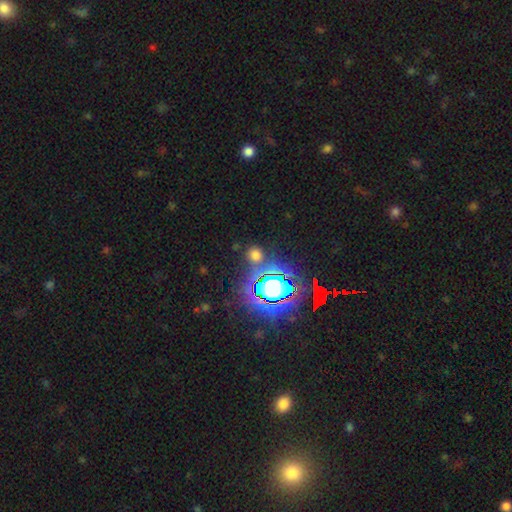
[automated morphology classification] A smooth galaxy with no disk features (47%).

Vote fractions:
- Smooth or featured? smooth: 47% / star or artifact: 45% / featured or disk: 8%
- Merging? none: 79% / minor disturbance: 9% / merger: 7% / major disturbance: 5%